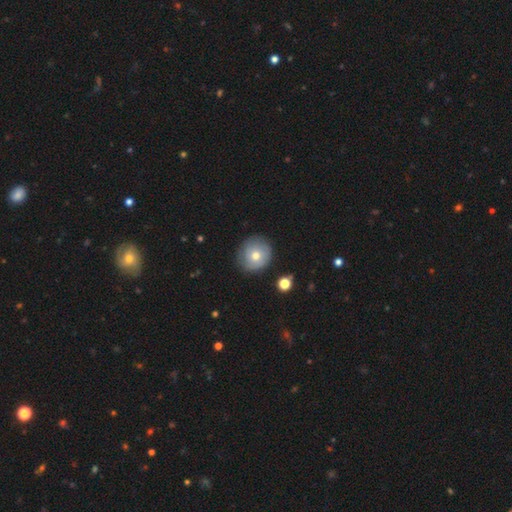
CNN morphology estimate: A smooth galaxy with no disk features (66%) that is round (89%).

Vote fractions:
- Smooth or featured? smooth: 66% / featured or disk: 25% / star or artifact: 8%
- How rounded? round: 89% / in between: 10% / cigar-shaped: 1%
- Merging? none: 81% / minor disturbance: 14% / major disturbance: 3% / merger: 2%